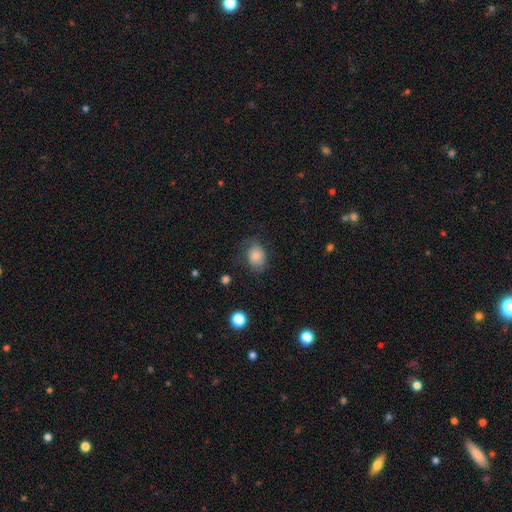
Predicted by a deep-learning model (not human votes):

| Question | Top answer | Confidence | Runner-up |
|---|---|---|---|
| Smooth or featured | smooth | 69% | featured or disk (21%) |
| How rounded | in between | 68% | round (30%) |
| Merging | none | 58% | minor disturbance (26%) |